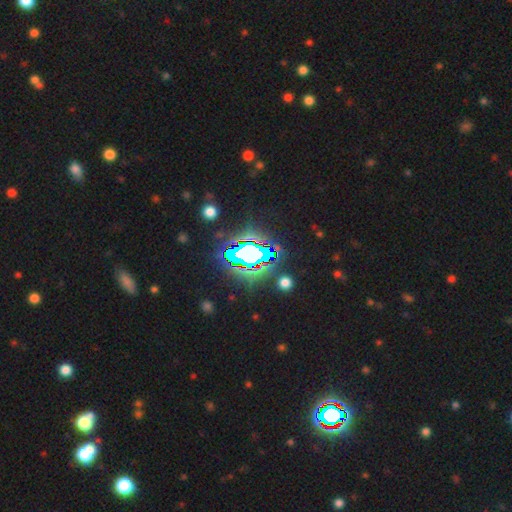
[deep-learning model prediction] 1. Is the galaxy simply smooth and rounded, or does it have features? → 82% star or artifact, 11% smooth, 7% featured or disk.